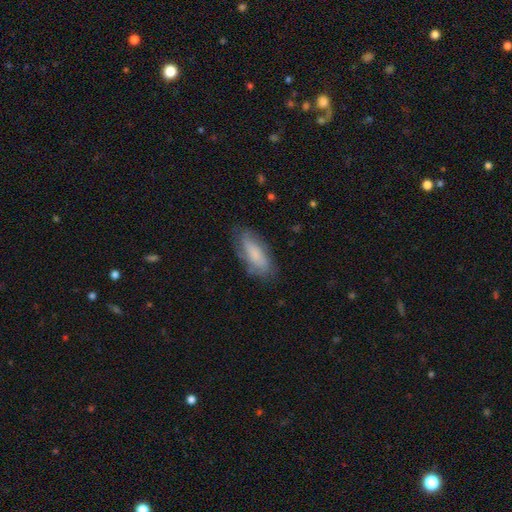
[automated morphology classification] Smooth or featured: smooth — 68% (featured or disk — 25%)
How rounded: in between — 74% (cigar-shaped — 23%)
Merging: none — 68% (minor disturbance — 23%)